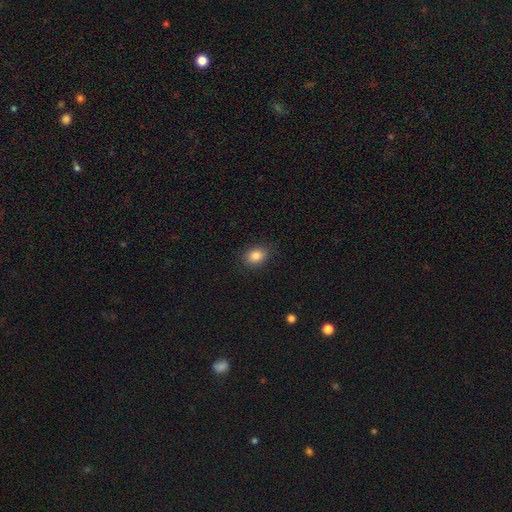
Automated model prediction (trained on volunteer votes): Q: Smooth or featured?
A: smooth (86%); runner-up: star or artifact (9%)
Q: How rounded?
A: in between (70%); runner-up: round (29%)
Q: Merging?
A: none (86%); runner-up: minor disturbance (10%)